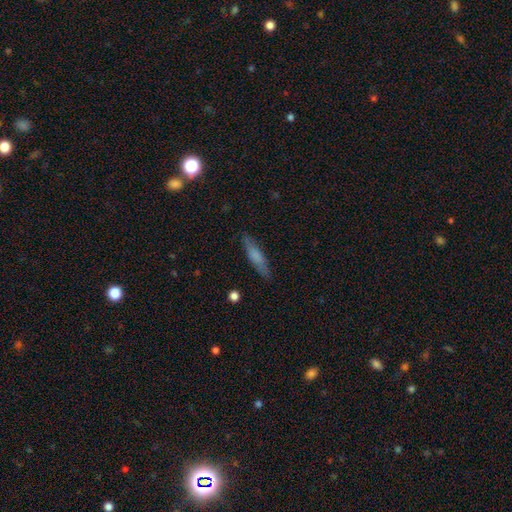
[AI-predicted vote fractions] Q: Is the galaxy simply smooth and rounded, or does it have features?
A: smooth — 69%.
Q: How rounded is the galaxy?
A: cigar-shaped — 81%.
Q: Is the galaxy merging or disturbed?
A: none — 85%.